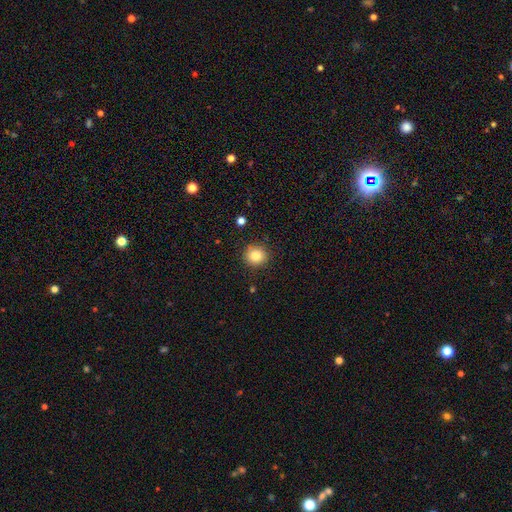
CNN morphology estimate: The model was most divided on "smooth or featured": smooth: 84%, star or artifact: 11%, featured or disk: 6%. More confident: how rounded — round (91%); merging — none (88%).